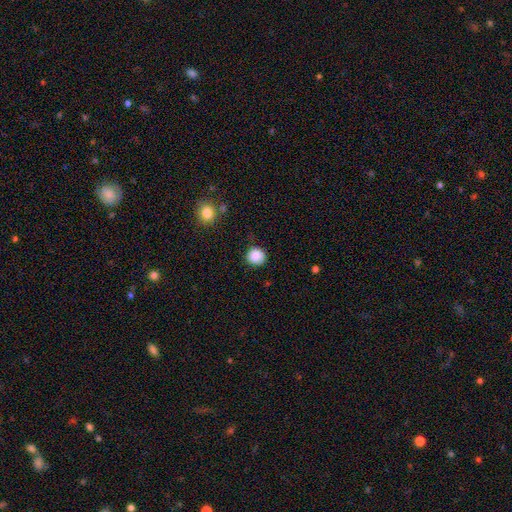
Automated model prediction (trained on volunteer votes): Smooth or featured?
  - smooth: 87% *
  - star or artifact: 9%
  - featured or disk: 4%
How rounded?
  - round: 93% *
  - in between: 6%
  - cigar-shaped: 1%
Merging?
  - none: 87% *
  - minor disturbance: 9%
  - major disturbance: 2%
  - merger: 1%